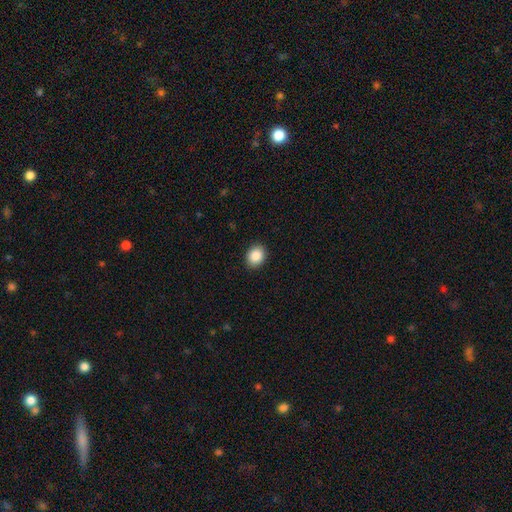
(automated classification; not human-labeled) Smooth or featured? smooth (88%)
How rounded? in between (52%)
Merging? none (91%)